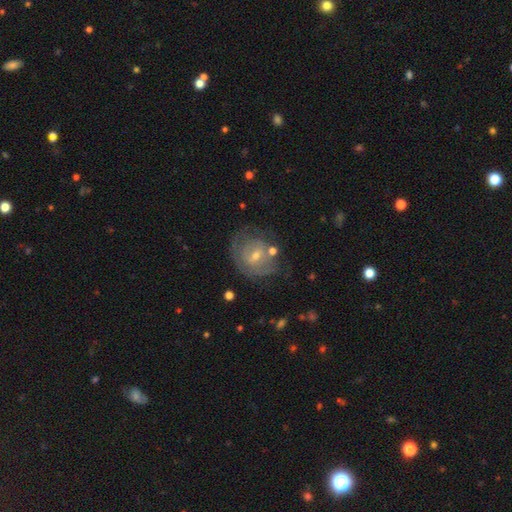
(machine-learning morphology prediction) Q: Smooth or featured?
A: featured or disk (67%); runner-up: smooth (23%)
Q: Edge-on disk?
A: no (96%); runner-up: yes (4%)
Q: Bar?
A: weak (50%); runner-up: no (37%)
Q: Spiral arms?
A: yes (71%); runner-up: no (29%)
Q: Bulge size?
A: small (51%); runner-up: moderate (43%)
Q: Merging?
A: none (60%); runner-up: minor disturbance (21%)